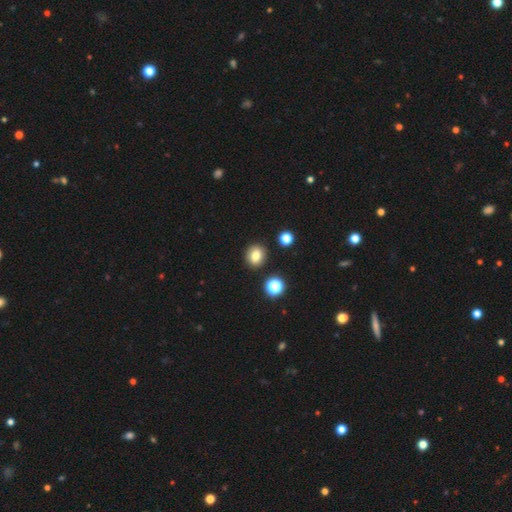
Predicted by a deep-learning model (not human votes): smooth-or-featured: smooth: 78% | star or artifact: 13% | featured or disk: 9%
  how-rounded: round: 75% | in between: 24% | cigar-shaped: 1%
  merging: none: 88% | minor disturbance: 7% | merger: 3% | major disturbance: 2%